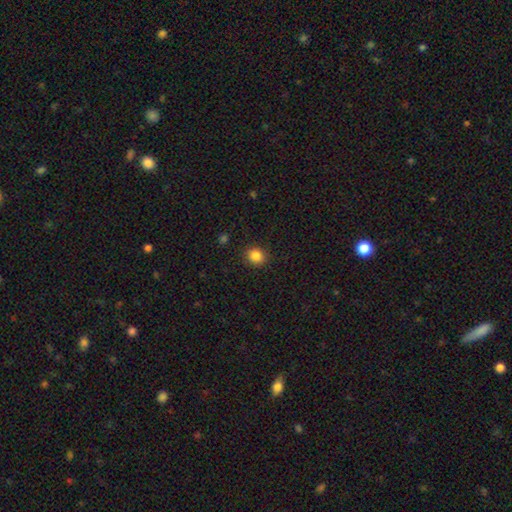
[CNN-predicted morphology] This is clearly a smooth galaxy (85%). How rounded: likely round (77%). Merging: clearly none (90%).